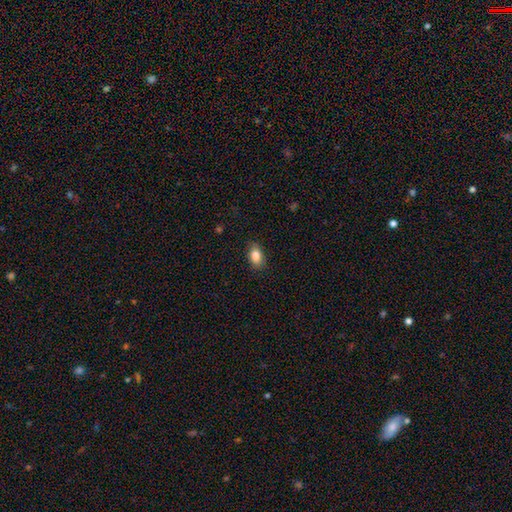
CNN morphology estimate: type=smooth (85%); roundness=in between (86%); merging=none (86%).